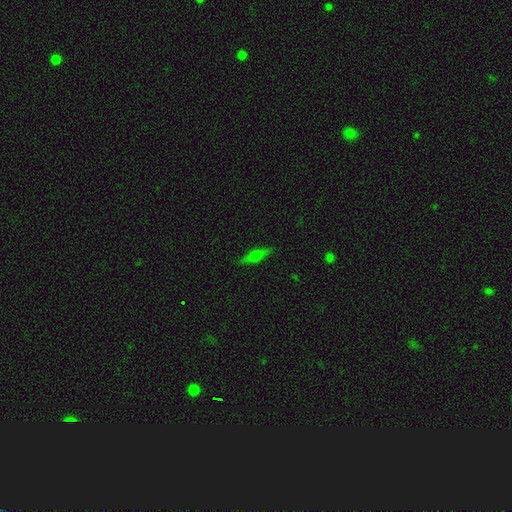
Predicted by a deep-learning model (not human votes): Morphology: type=featured or disk (48%); merging=none (86%).